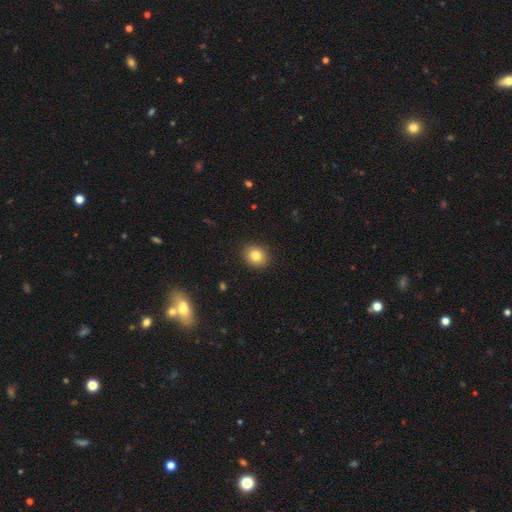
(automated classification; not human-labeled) smooth-or-featured: smooth: 82% | star or artifact: 10% | featured or disk: 8%
  how-rounded: round: 71% | in between: 28% | cigar-shaped: 1%
  merging: none: 91% | minor disturbance: 6% | major disturbance: 2% | merger: 1%